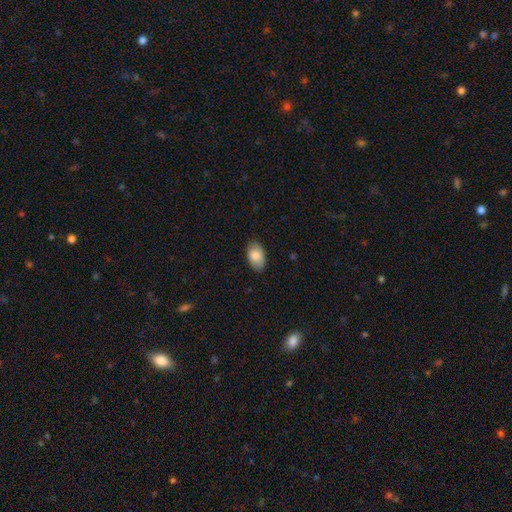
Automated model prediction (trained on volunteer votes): Overall: smooth (86%). How rounded: in between (93%). Merging: none (84%).